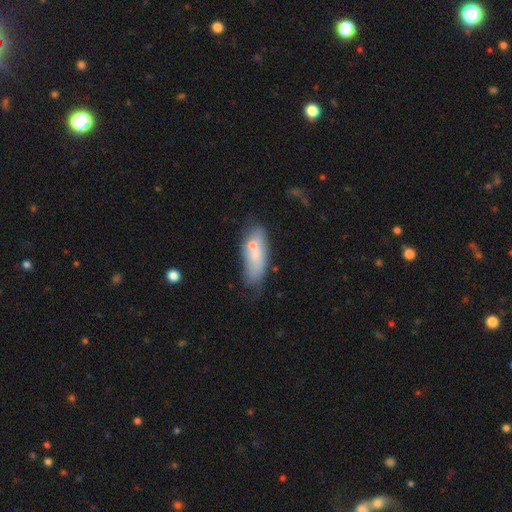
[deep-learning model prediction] Morphology: type=smooth (61%); roundness=in between (73%); merging=none (38%).